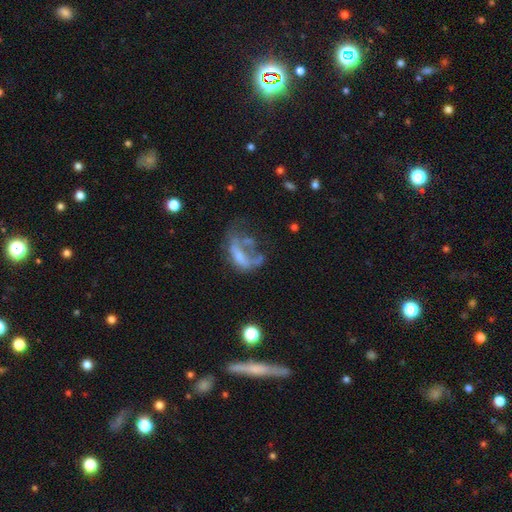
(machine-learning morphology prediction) The model was most divided on "smooth or featured": featured or disk: 44%, star or artifact: 30%, smooth: 26%. Remaining: merging — none (46%).